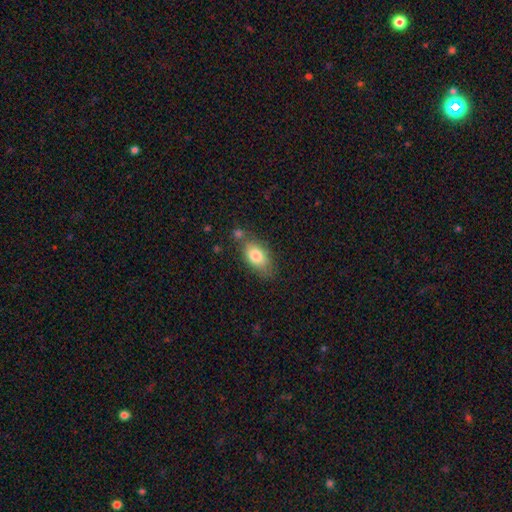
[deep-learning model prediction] Overall: smooth (80%). How rounded: in between (89%). Merging: none (65%).